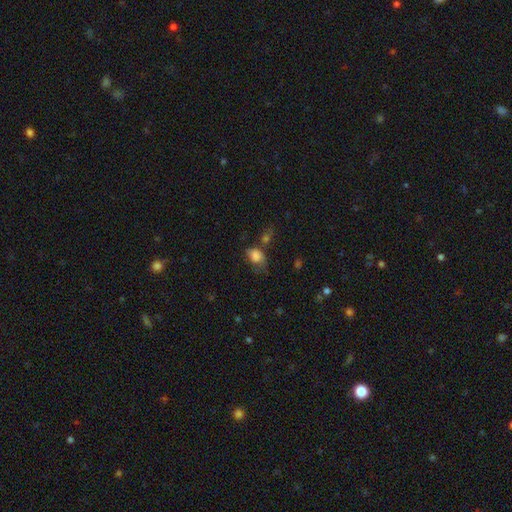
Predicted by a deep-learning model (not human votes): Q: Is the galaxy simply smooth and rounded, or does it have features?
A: smooth — 79%.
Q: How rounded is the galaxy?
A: in between — 68%.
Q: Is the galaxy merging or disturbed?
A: none — 32%.